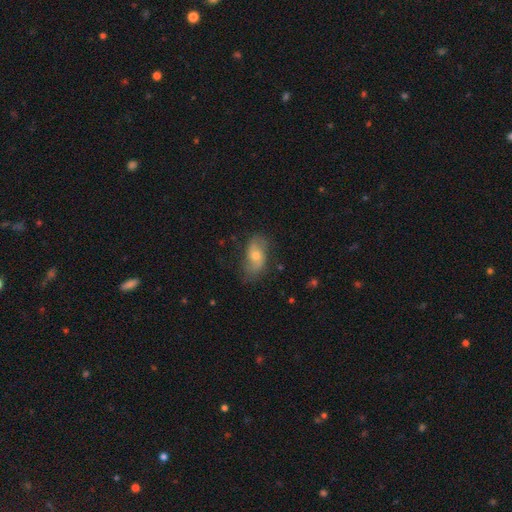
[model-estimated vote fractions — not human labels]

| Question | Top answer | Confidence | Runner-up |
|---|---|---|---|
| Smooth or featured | featured or disk | 56% | smooth (35%) |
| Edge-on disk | no | 93% | yes (7%) |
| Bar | no | 68% | weak (26%) |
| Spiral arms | yes | 82% | no (18%) |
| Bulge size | moderate | 56% | small (38%) |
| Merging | none | 69% | minor disturbance (22%) |